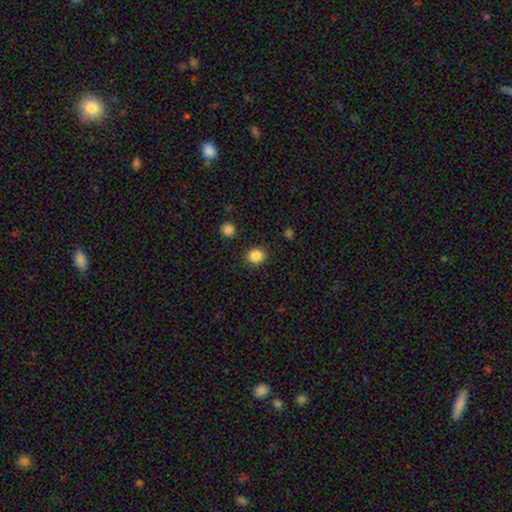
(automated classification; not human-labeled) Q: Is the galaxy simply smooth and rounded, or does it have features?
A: smooth — 86%.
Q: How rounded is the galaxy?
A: round — 80%.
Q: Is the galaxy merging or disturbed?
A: none — 89%.